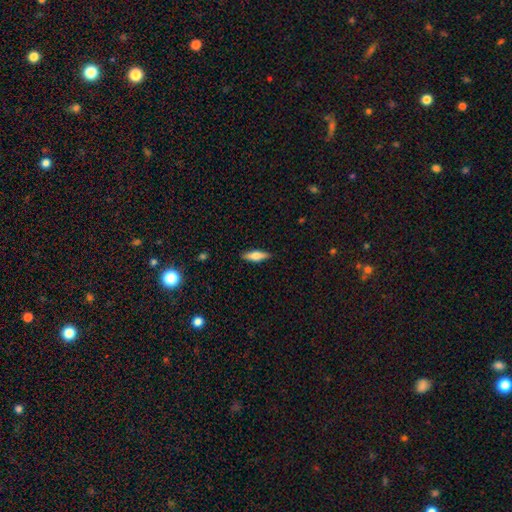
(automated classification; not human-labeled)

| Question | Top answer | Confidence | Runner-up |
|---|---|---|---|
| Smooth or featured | smooth | 62% | featured or disk (32%) |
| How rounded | cigar-shaped | 58% | in between (40%) |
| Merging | none | 87% | minor disturbance (10%) |